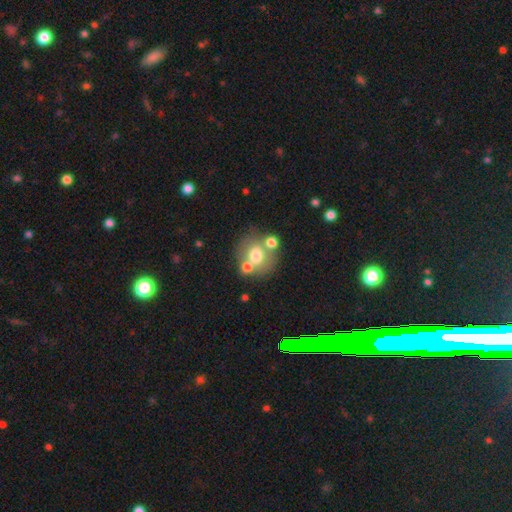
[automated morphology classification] This appears to be a smooth galaxy with no disk features (62%) that is round (73%). Merging: none (56%).